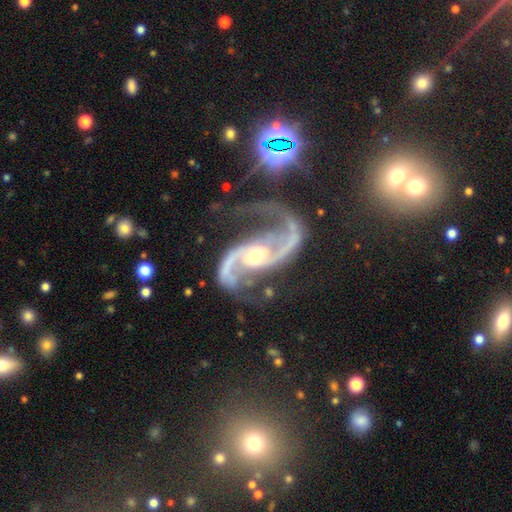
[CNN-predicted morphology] smooth-or-featured: featured or disk: 93% | star or artifact: 5% | smooth: 2%
  disk-edge-on: no: 98% | yes: 2%
    bar: no: 52% | weak: 27% | strong: 21%
    has-spiral-arms: yes: 98% | no: 2%
      spiral-winding: loose: 47% | medium: 44% | tight: 9%
      spiral-arm-count: 2: 94% | can't tell: 1% | 3: 1% | 1: 1% | 4: 1% | more than 4: 1%
    bulge-size: moderate: 62% | small: 32% | large: 4% | none: 1% | dominant: 1%
  merging: none: 66% | minor disturbance: 17% | major disturbance: 13% | merger: 4%